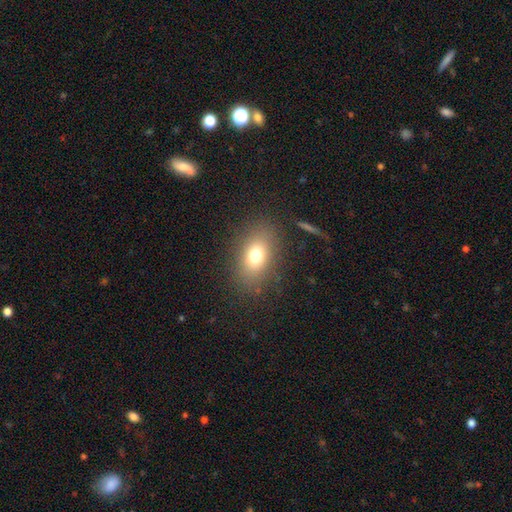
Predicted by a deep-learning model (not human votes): This is likely a smooth galaxy (73%). How rounded: likely in between (77%). Merging: clearly none (82%).